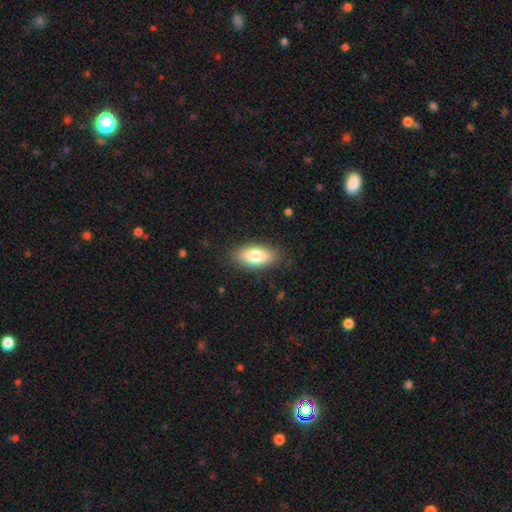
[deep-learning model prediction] Smooth or featured: smooth — 80% (featured or disk — 13%)
How rounded: in between — 86% (cigar-shaped — 11%)
Merging: none — 85% (minor disturbance — 11%)